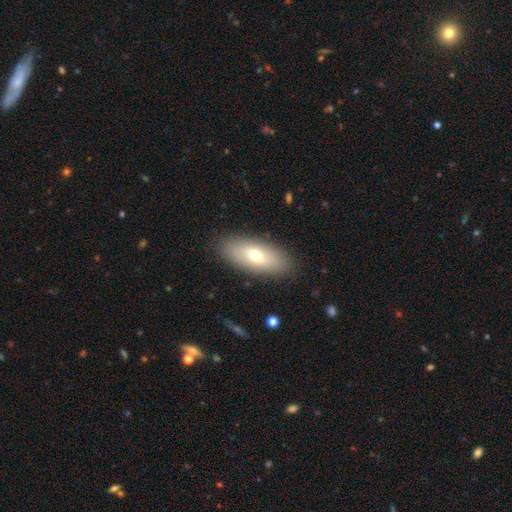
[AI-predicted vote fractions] A smooth galaxy with no disk features (65%) that is in between round and cigar-shaped (83%).

Vote fractions:
- Smooth or featured? smooth: 65% / featured or disk: 28% / star or artifact: 8%
- How rounded? in between: 83% / cigar-shaped: 14% / round: 4%
- Merging? none: 87% / minor disturbance: 9% / major disturbance: 3% / merger: 1%